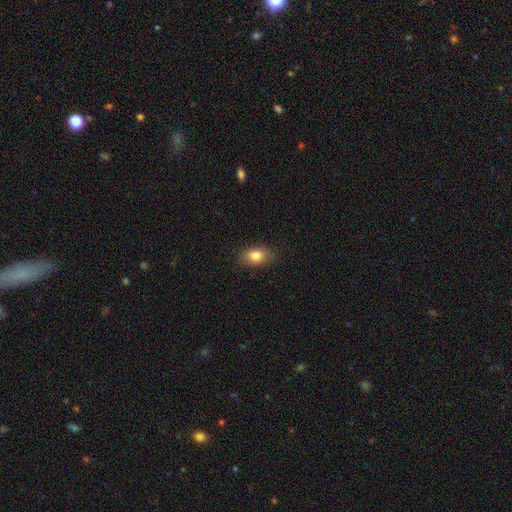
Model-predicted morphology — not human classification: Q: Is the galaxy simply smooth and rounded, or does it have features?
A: smooth — 82%.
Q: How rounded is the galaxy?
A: in between — 79%.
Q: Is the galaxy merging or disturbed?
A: none — 82%.